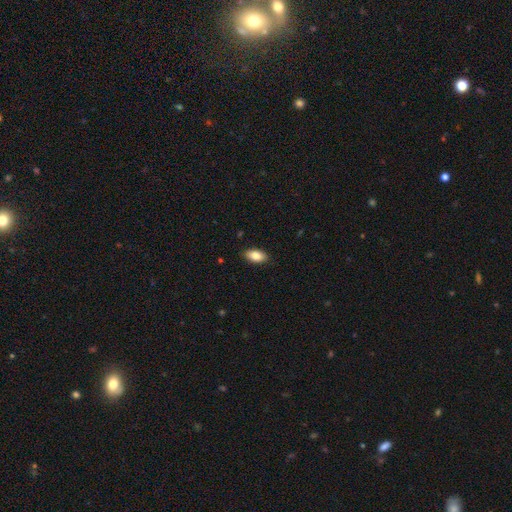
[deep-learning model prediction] The model was most divided on "smooth or featured": smooth: 85%, featured or disk: 9%, star or artifact: 7%. More confident: how rounded — in between (92%); merging — none (88%).